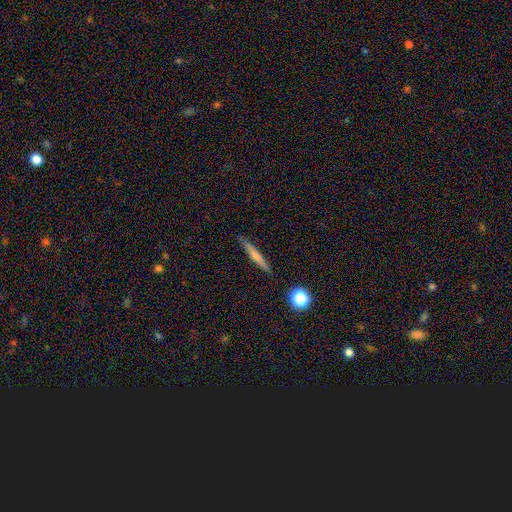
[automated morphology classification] This appears to be a smooth galaxy with no disk features (60%) that is cigar-shaped (94%). Merging: none (87%).